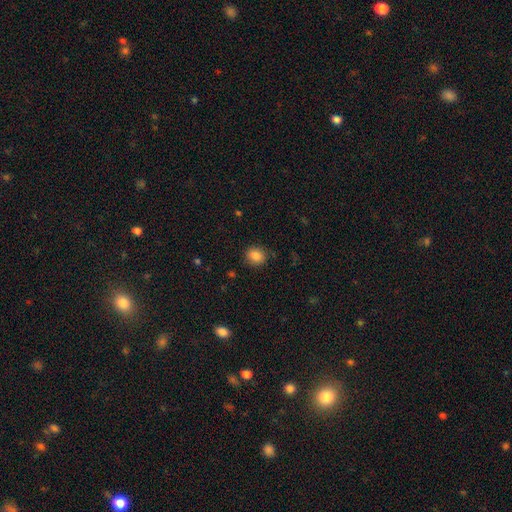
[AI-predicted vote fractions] A smooth galaxy with no disk features (85%) that is round (71%). Merging: none (87%).